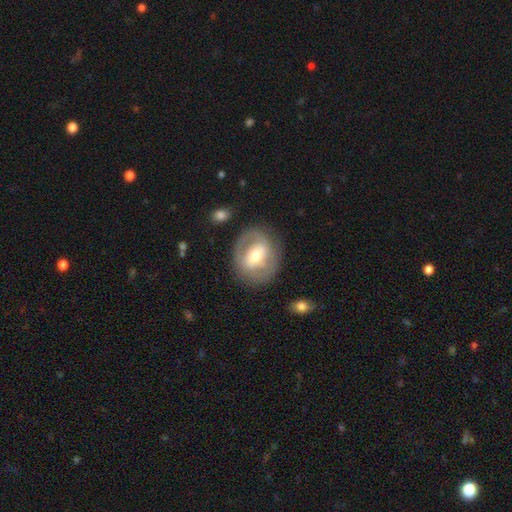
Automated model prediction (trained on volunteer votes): smooth_or_featured: featured or disk (p=0.61) [alt: smooth p=0.32]
disk_edge_on: no (p=0.95) [alt: yes p=0.05]
bar: weak (p=0.37) [alt: no p=0.32]
has_spiral_arms: yes (p=0.51) [alt: no p=0.49]
bulge_size: moderate (p=0.65) [alt: small p=0.22]
merging: none (p=0.77) [alt: minor disturbance p=0.14]